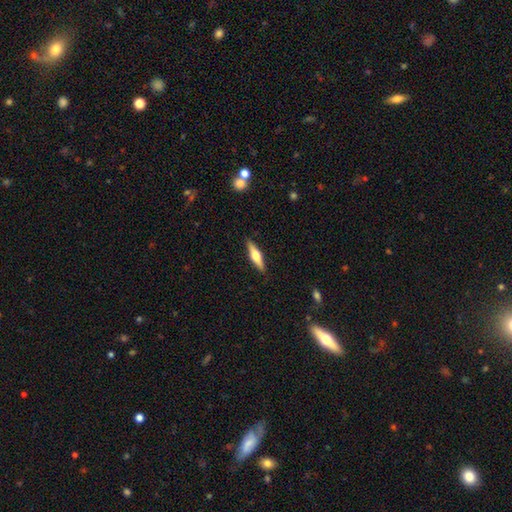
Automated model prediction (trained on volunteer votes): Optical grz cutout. It shows a featured or disk galaxy (53%) viewed edge-on (95%) with a rounded central bulge (93%). Merging: none (90%).